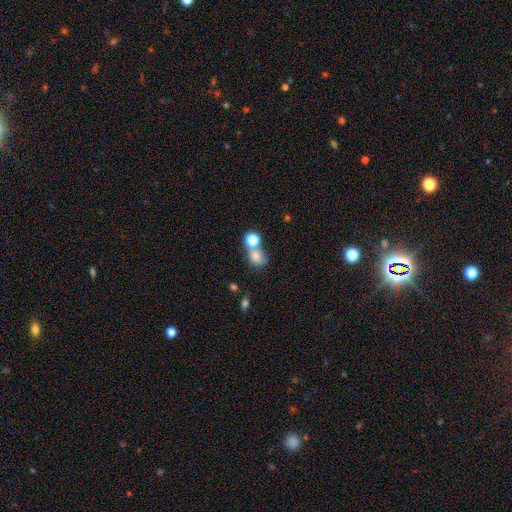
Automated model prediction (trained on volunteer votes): smooth_or_featured: smooth (p=0.76) [alt: star or artifact p=0.14]
how_rounded: round (p=0.58) [alt: in between p=0.41]
merging: none (p=0.42) [alt: merger p=0.39]